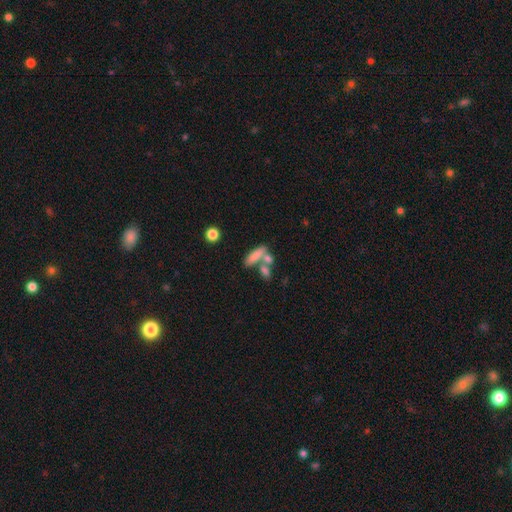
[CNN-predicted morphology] Smooth or featured? smooth (74%)
How rounded? cigar-shaped (48%)
Merging? none (43%)